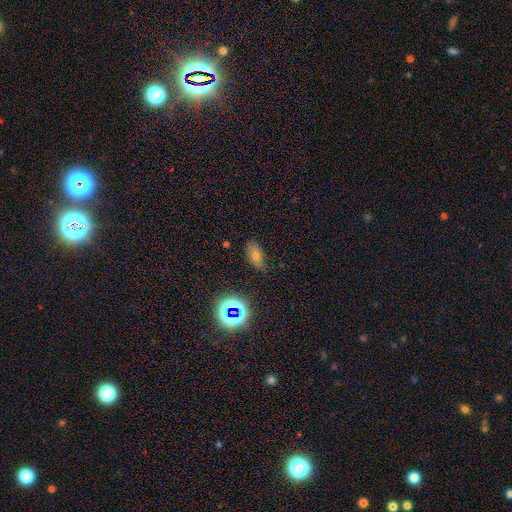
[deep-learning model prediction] Smooth or featured?
  - smooth: 59% *
  - star or artifact: 25%
  - featured or disk: 16%
How rounded?
  - in between: 85% *
  - round: 9%
  - cigar-shaped: 6%
Merging?
  - none: 73% *
  - minor disturbance: 20%
  - major disturbance: 5%
  - merger: 2%